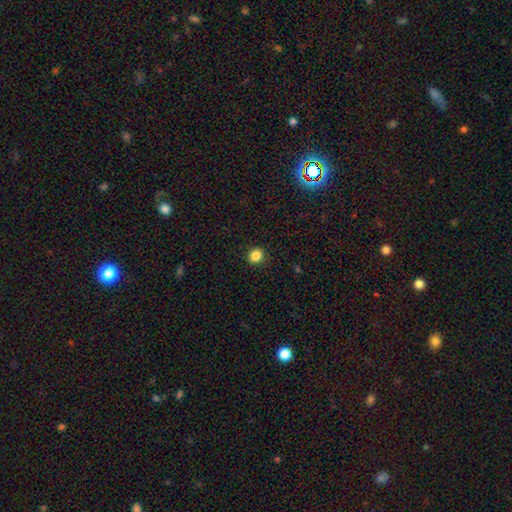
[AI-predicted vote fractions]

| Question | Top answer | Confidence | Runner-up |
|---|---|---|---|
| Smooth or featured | smooth | 85% | star or artifact (11%) |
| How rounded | round | 75% | in between (24%) |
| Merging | none | 91% | minor disturbance (7%) |